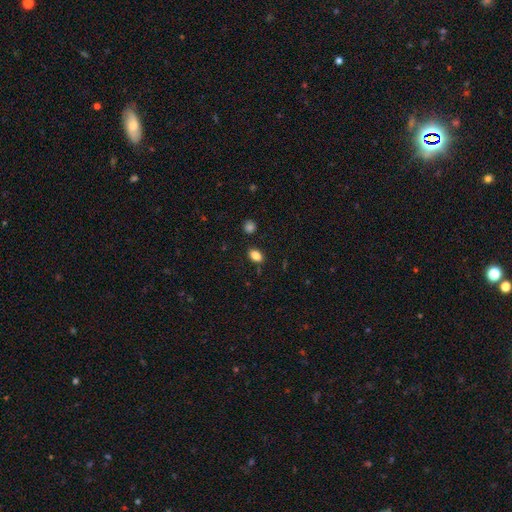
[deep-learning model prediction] smooth-or-featured: smooth: 84% | star or artifact: 10% | featured or disk: 6%
  how-rounded: in between: 85% | round: 13% | cigar-shaped: 2%
  merging: none: 85% | minor disturbance: 10% | merger: 2% | major disturbance: 2%